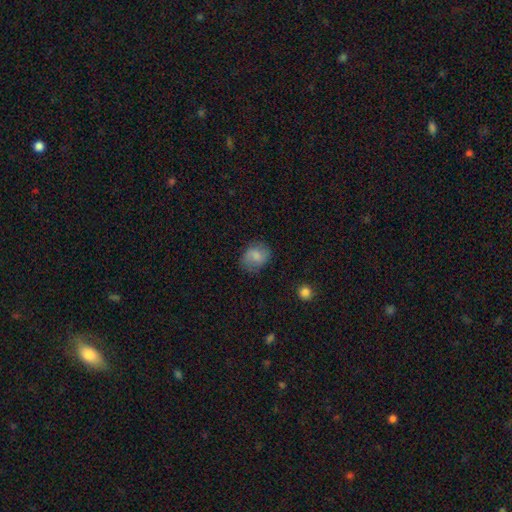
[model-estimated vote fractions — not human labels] This is likely a smooth galaxy (67%). How rounded: possibly in between (53%). Merging: likely none (68%).